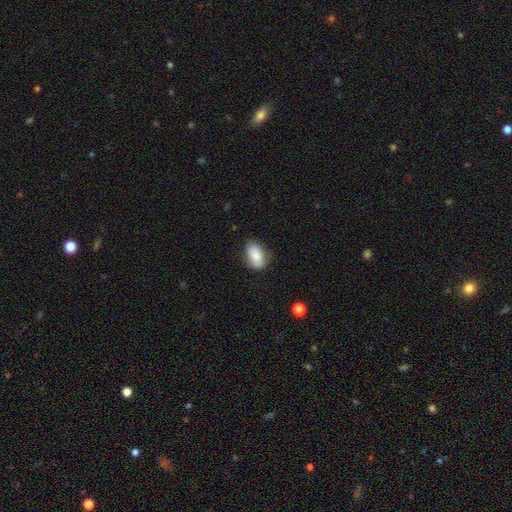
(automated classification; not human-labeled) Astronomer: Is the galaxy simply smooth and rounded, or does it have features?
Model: smooth — 85%.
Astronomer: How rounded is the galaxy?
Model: in between — 91%.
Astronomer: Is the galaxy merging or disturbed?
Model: none — 74%.